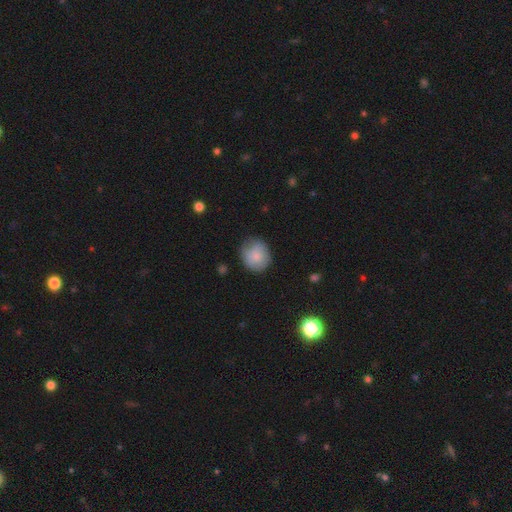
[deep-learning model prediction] smooth 76%, featured or disk 17%, star or artifact 8%. Down the decision tree: how rounded — round (78%); merging — none (70%).